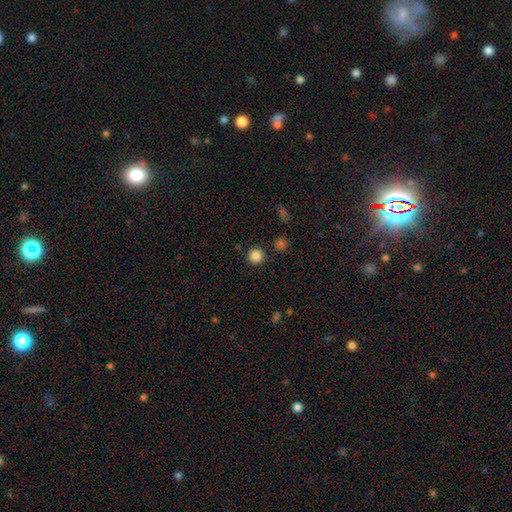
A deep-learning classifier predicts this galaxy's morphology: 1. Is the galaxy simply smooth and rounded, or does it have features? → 85% smooth, 11% star or artifact, 4% featured or disk.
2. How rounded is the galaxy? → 95% round, 4% in between, 1% cigar-shaped.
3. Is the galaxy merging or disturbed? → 90% none, 5% minor disturbance, 3% merger, 2% major disturbance.